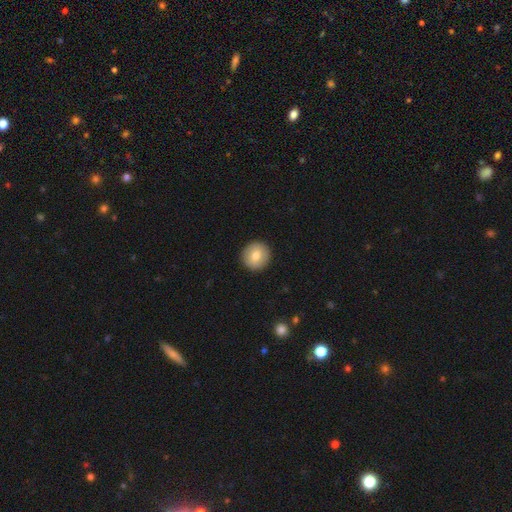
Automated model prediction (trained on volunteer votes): Q: Smooth or featured?
A: smooth (77%); runner-up: featured or disk (16%)
Q: How rounded?
A: round (94%); runner-up: in between (5%)
Q: Merging?
A: none (93%); runner-up: minor disturbance (5%)